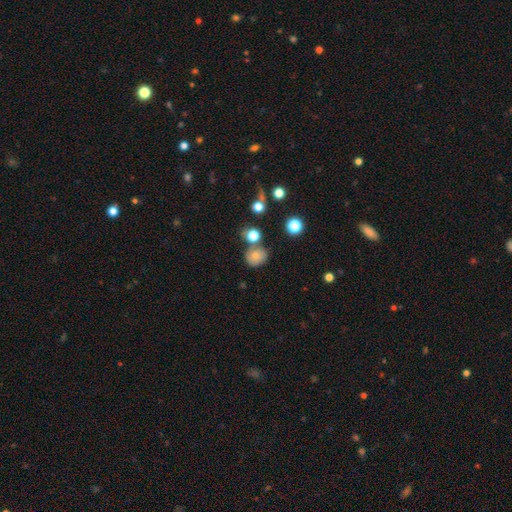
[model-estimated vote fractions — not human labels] Smooth or featured? smooth (70%)
How rounded? round (78%)
Merging? none (64%)